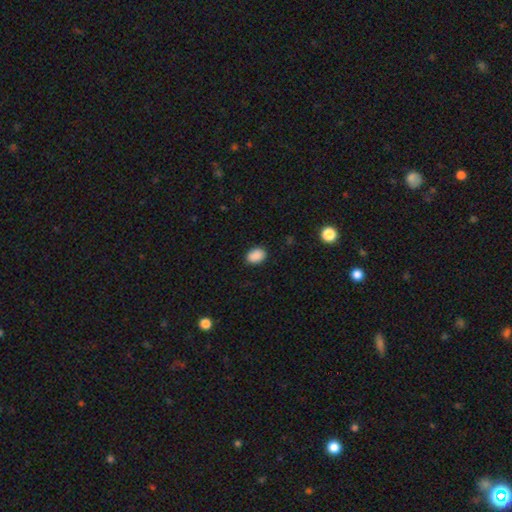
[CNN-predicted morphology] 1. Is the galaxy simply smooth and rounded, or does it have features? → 89% smooth, 8% star or artifact, 3% featured or disk.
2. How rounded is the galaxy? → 80% in between, 19% round, 1% cigar-shaped.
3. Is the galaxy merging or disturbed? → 87% none, 10% minor disturbance, 2% major disturbance, 1% merger.